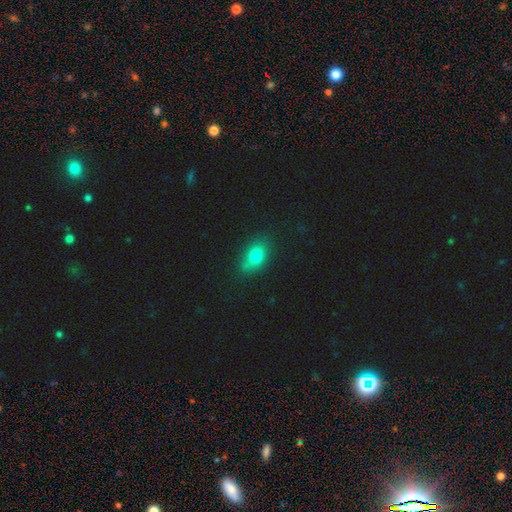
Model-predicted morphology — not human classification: The model was most divided on "merging": none: 67%, minor disturbance: 24%, major disturbance: 5%, merger: 4%. More confident: smooth or featured — smooth (78%); how rounded — in between (77%).